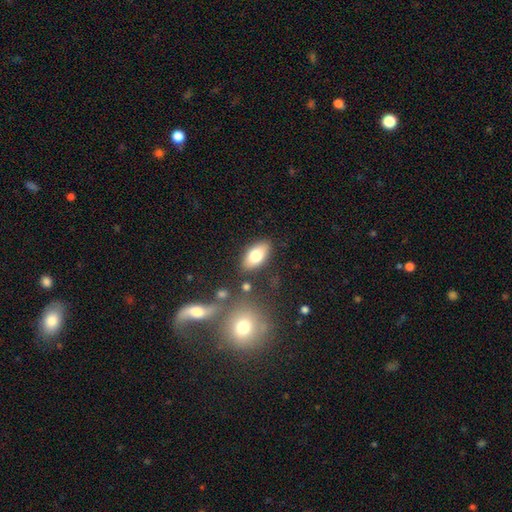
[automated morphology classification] smooth-or-featured: smooth: 76% | featured or disk: 17% | star or artifact: 8%
  how-rounded: in between: 90% | cigar-shaped: 6% | round: 4%
  merging: none: 83% | minor disturbance: 11% | merger: 3% | major disturbance: 3%